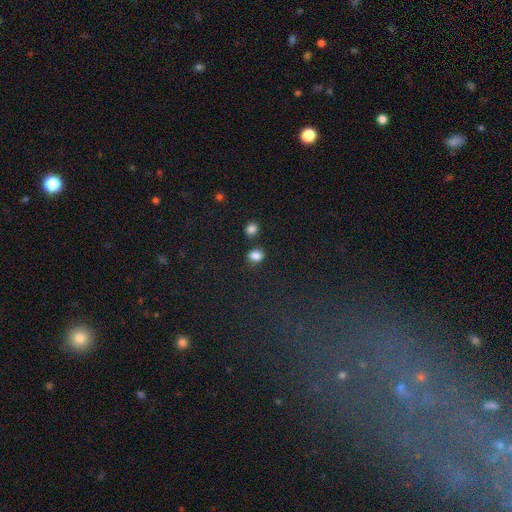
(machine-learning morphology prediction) This is clearly a smooth galaxy (85%). How rounded: possibly round (50%). Merging: likely none (74%).